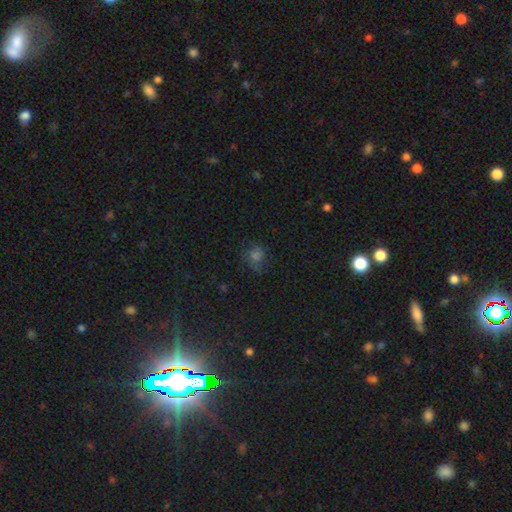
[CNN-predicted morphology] This is possibly a smooth galaxy (47%). Merging: likely none (63%).